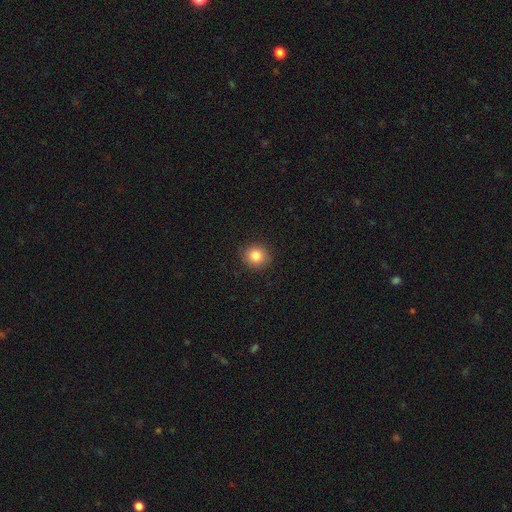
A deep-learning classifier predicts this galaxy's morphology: Smooth or featured?
  - smooth: 84% *
  - star or artifact: 10%
  - featured or disk: 6%
How rounded?
  - round: 87% *
  - in between: 12%
  - cigar-shaped: 1%
Merging?
  - none: 90% *
  - minor disturbance: 7%
  - major disturbance: 2%
  - merger: 1%